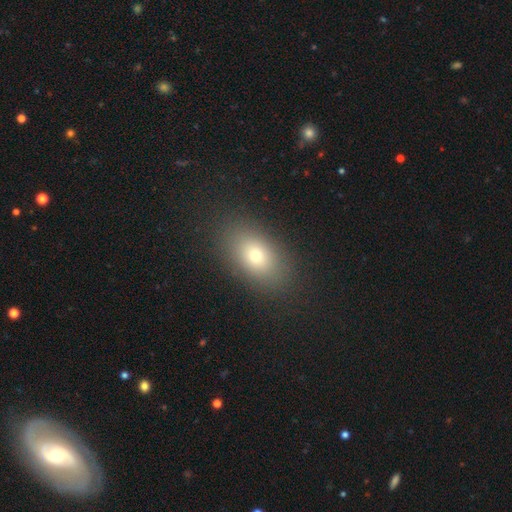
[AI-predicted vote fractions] A smooth galaxy with no disk features (73%) that is in between round and cigar-shaped (83%). Merging: none (87%).